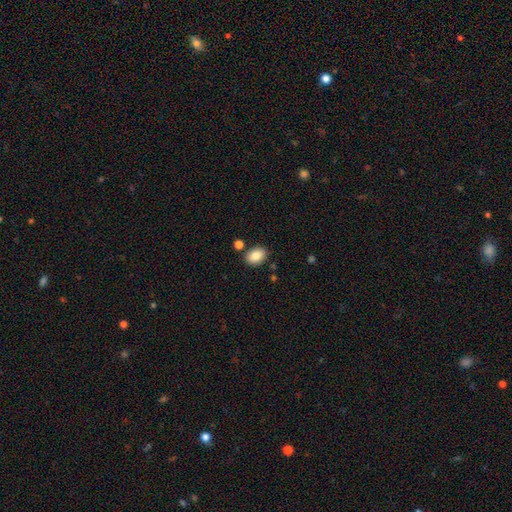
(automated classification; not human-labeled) Morphology: type=smooth (85%); roundness=in between (79%); merging=none (83%).